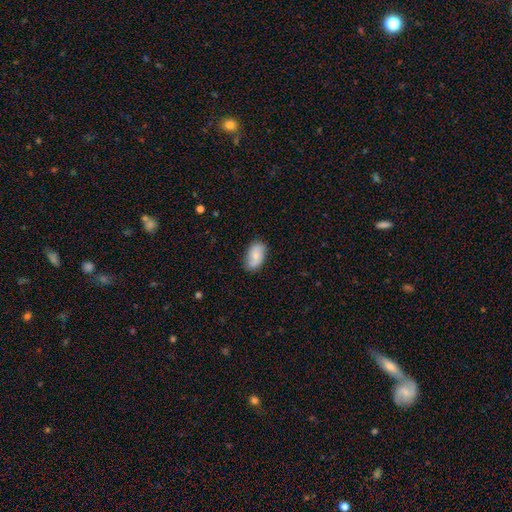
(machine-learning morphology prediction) Overall: smooth (68%). How rounded: in between (92%). Merging: none (79%).